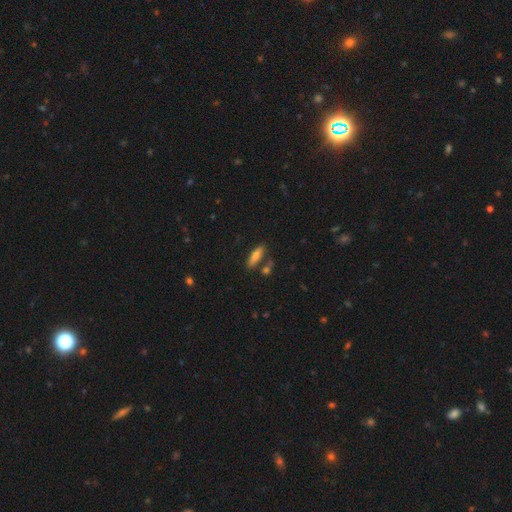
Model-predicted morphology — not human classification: Smooth or featured? Predicted: smooth (p=0.76). How rounded? Predicted: cigar-shaped (p=0.60). Merging? Predicted: none (p=0.74).